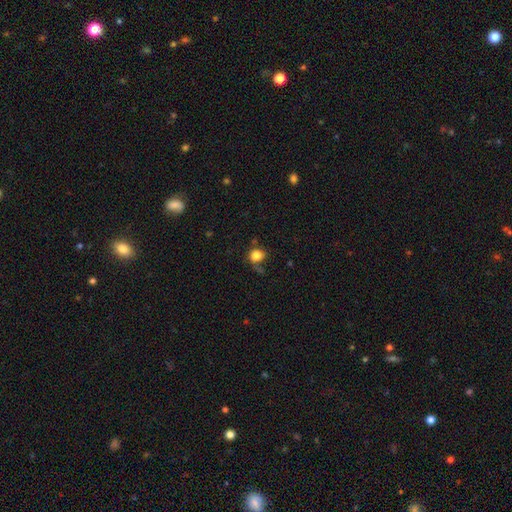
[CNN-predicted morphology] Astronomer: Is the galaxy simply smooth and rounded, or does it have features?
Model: smooth — 82%.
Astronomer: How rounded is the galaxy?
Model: round — 62% (runner-up: in between, 37%).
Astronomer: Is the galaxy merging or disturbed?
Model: none — 57%.